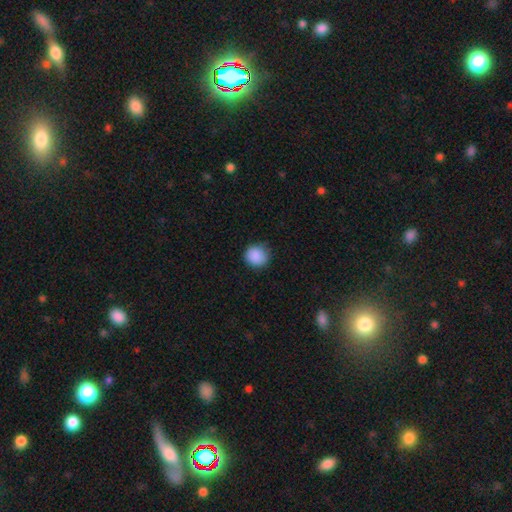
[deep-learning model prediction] A smooth galaxy with no disk features (88%) that is round (90%). Merging: none (81%).